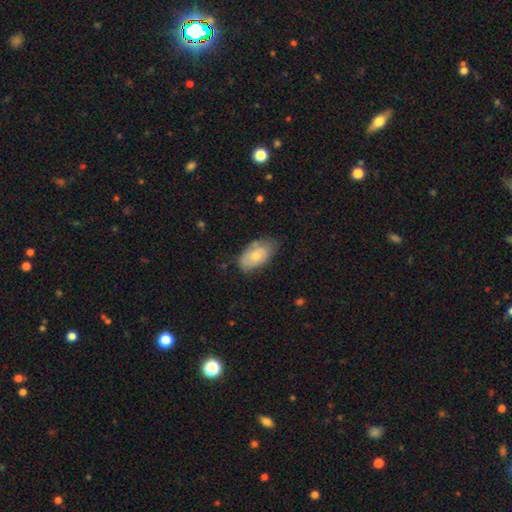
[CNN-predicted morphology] Smooth or featured? Predicted: smooth (p=0.67). How rounded? Predicted: in between (p=0.93). Merging? Predicted: none (p=0.60).